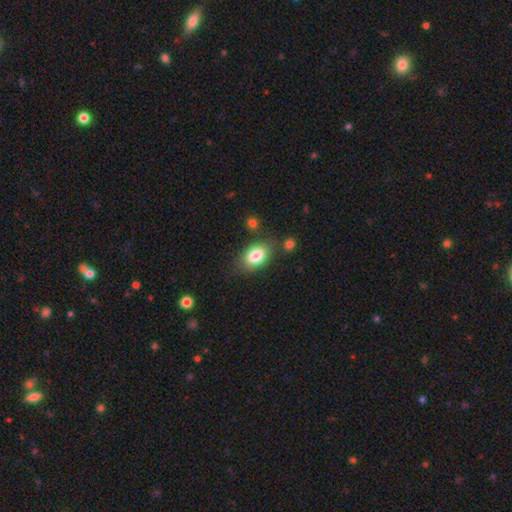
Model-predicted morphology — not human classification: smooth_or_featured: smooth (p=0.83) [alt: featured or disk p=0.10]
how_rounded: in between (p=0.88) [alt: round p=0.11]
merging: none (p=0.74) [alt: minor disturbance p=0.16]